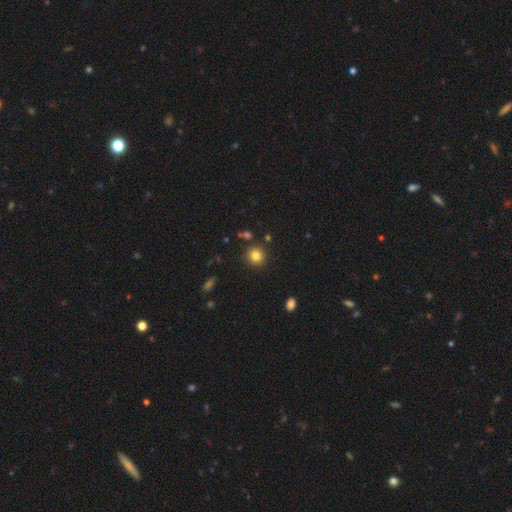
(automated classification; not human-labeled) Q: Smooth or featured?
A: smooth (82%); runner-up: star or artifact (12%)
Q: How rounded?
A: round (90%); runner-up: in between (9%)
Q: Merging?
A: none (88%); runner-up: minor disturbance (7%)